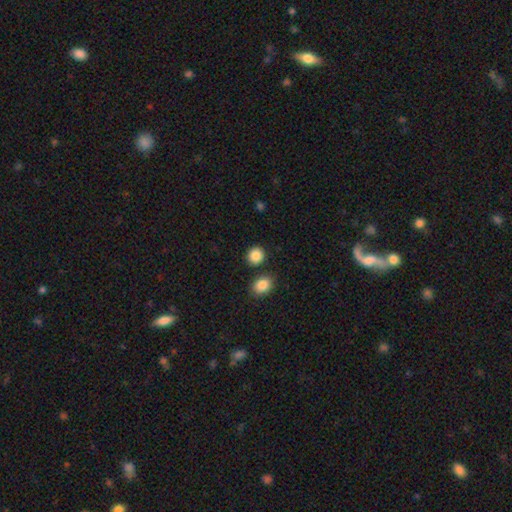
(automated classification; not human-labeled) This is clearly a smooth galaxy (87%). How rounded: clearly round (84%). Merging: clearly none (83%).